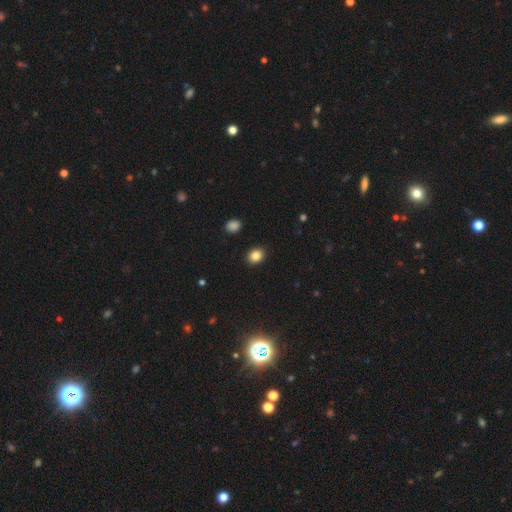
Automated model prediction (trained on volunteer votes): Smooth or featured? Predicted: smooth (p=0.85). How rounded? Predicted: round (p=0.61). Merging? Predicted: none (p=0.90).